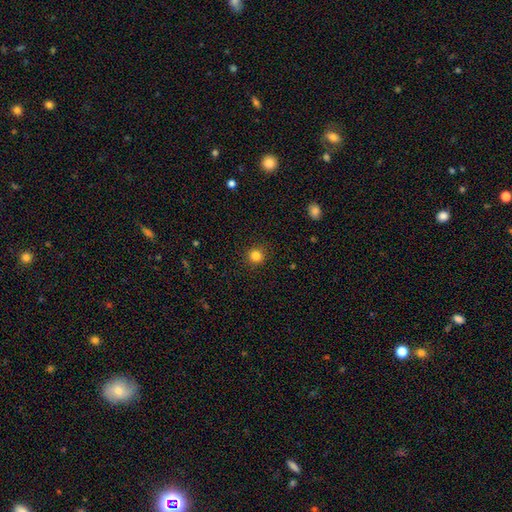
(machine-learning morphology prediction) Smooth or featured? Predicted: smooth (p=0.83). How rounded? Predicted: round (p=0.92). Merging? Predicted: none (p=0.91).